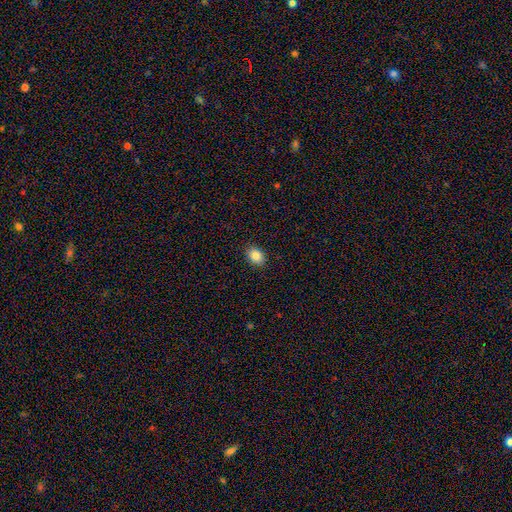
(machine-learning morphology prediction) The model was most divided on "how rounded": in between: 67%, round: 32%, cigar-shaped: 1%. More confident: merging — none (89%); smooth or featured — smooth (87%).